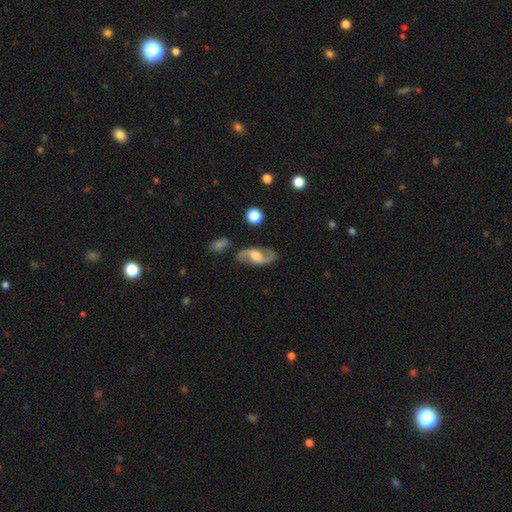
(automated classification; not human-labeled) Smooth or featured?
  - featured or disk: 83% *
  - smooth: 12%
  - star or artifact: 5%
Edge-on disk?
  - no: 95% *
  - yes: 5%
Bar?
  - weak: 46% *
  - no: 36%
  - strong: 19%
Spiral arms?
  - yes: 94% *
  - no: 6%
Spiral winding?
  - loose: 52% *
  - medium: 39%
  - tight: 9%
Spiral arm count?
  - 2: 93% *
  - can't tell: 3%
  - 1: 2%
  - 3: 1%
  - 4: 1%
  - more than 4: 1%
Bulge size?
  - moderate: 49% *
  - large: 25%
  - small: 17%
  - none: 8%
  - dominant: 2%
Merging?
  - none: 79% *
  - minor disturbance: 13%
  - major disturbance: 5%
  - merger: 3%